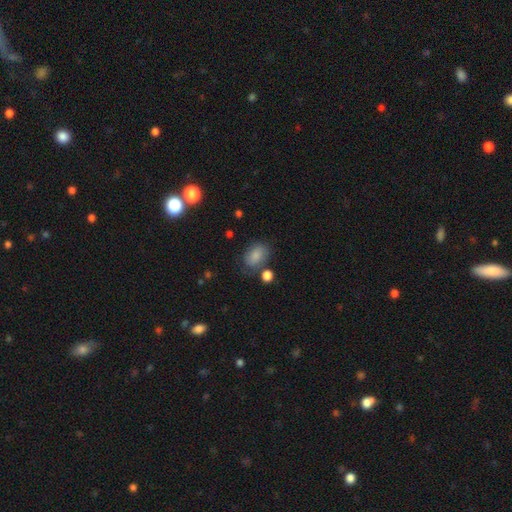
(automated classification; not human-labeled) Smooth or featured? Predicted: smooth (p=0.80). How rounded? Predicted: in between (p=0.81). Merging? Predicted: none (p=0.64).